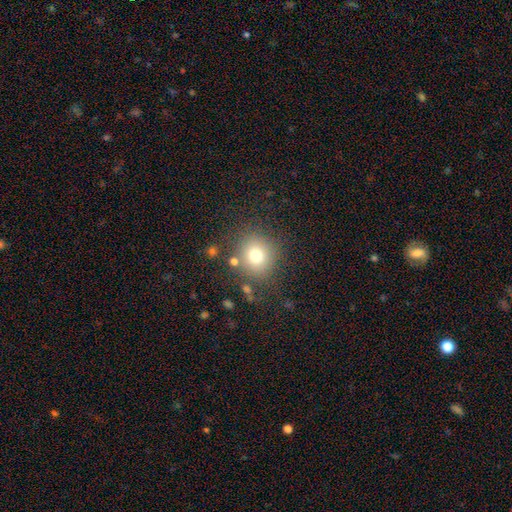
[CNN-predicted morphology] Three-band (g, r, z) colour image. It shows a smooth galaxy with no disk features (74%) that is round (84%). Merging: none (79%).